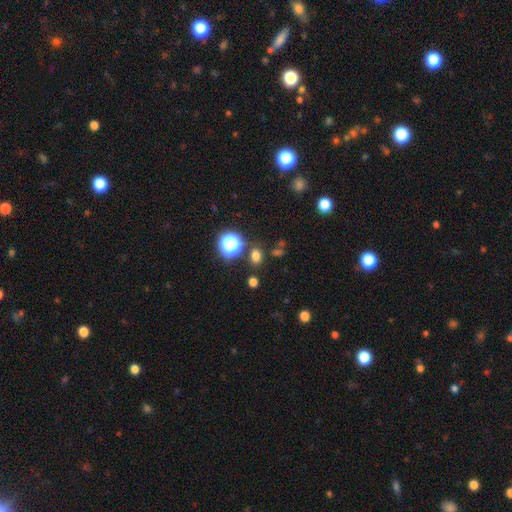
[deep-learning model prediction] smooth-or-featured: smooth: 72% | star or artifact: 22% | featured or disk: 5%
  how-rounded: round: 50% | in between: 48% | cigar-shaped: 2%
  merging: none: 80% | minor disturbance: 10% | merger: 7% | major disturbance: 4%